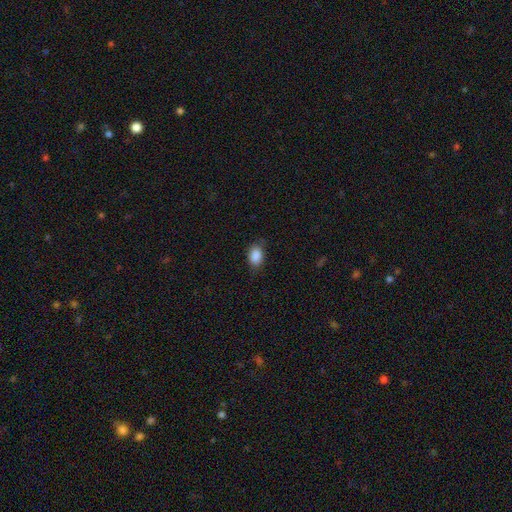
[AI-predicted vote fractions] Overall: smooth (88%). How rounded: in between (82%). Merging: none (74%).